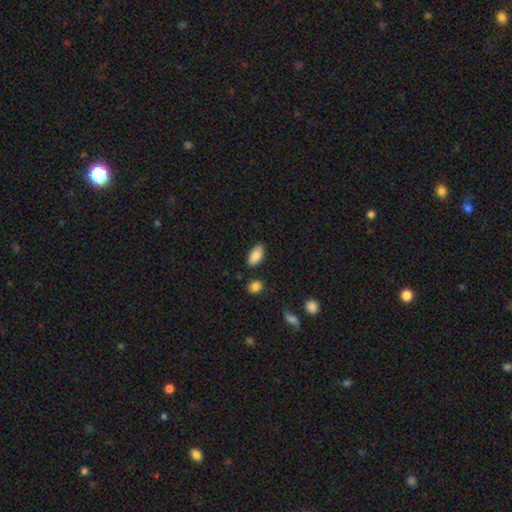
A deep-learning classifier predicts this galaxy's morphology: Smooth or featured? Predicted: smooth (p=0.86). How rounded? Predicted: in between (p=0.93). Merging? Predicted: none (p=0.83).